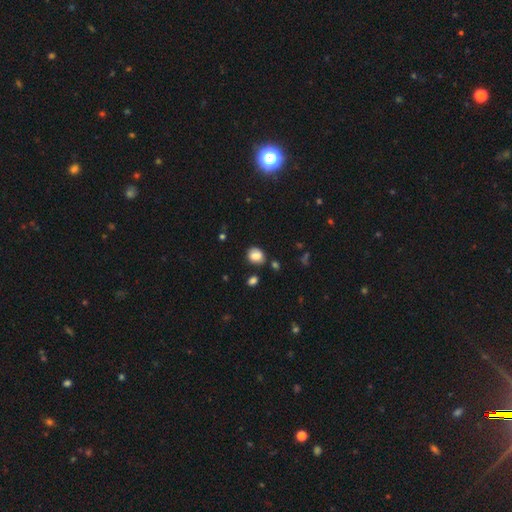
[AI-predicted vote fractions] Smooth or featured: smooth — 83% (star or artifact — 10%)
How rounded: round — 57% (in between — 42%)
Merging: none — 72% (minor disturbance — 17%)